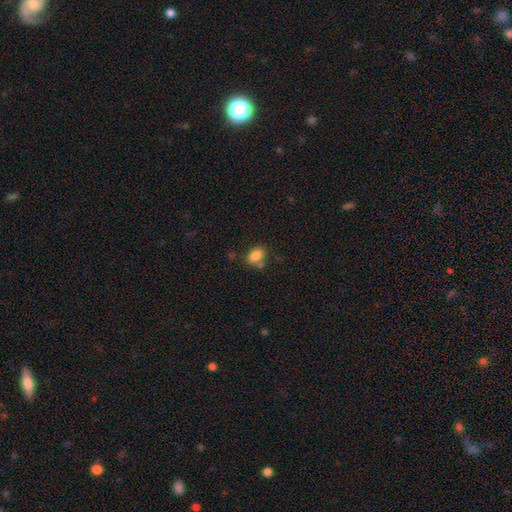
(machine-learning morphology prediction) A smooth galaxy with no disk features (83%) that is in between round and cigar-shaped (74%). Merging: none (59%).